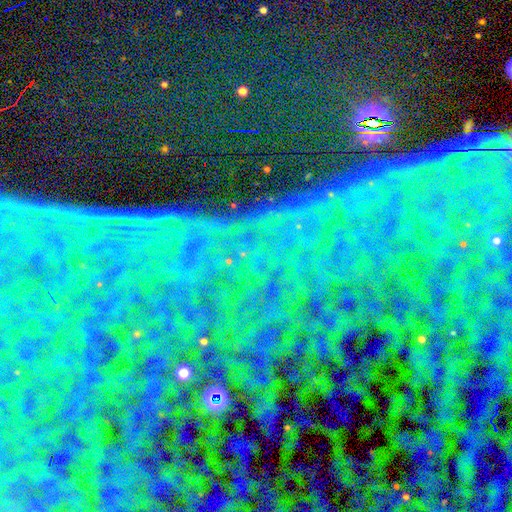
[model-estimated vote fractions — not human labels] Q: Smooth or featured?
A: star or artifact (84%); runner-up: featured or disk (8%)